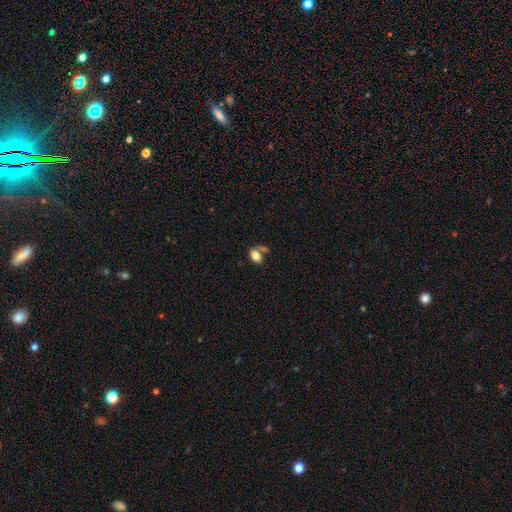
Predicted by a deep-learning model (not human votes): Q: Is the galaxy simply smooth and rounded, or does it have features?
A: smooth — 80%.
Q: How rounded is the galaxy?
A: in between — 87%.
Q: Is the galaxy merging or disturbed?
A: none — 52%.